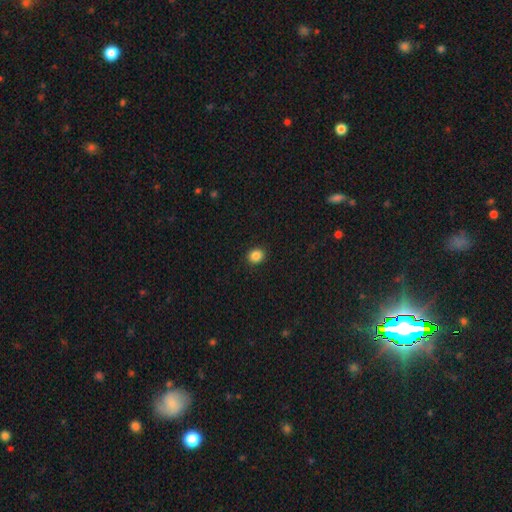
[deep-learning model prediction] Overall: smooth (87%). How rounded: round (72%). Merging: none (91%).